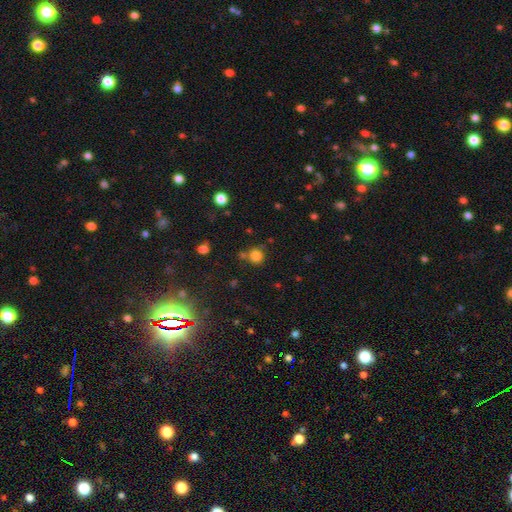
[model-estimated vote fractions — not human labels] Morphology: type=smooth (80%); roundness=round (89%); merging=none (72%).